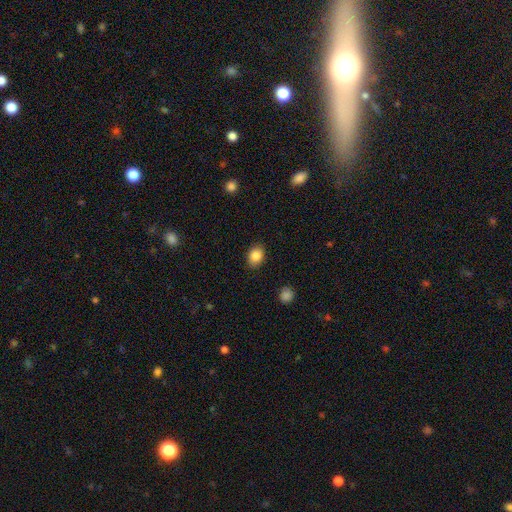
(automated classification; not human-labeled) smooth-or-featured: smooth: 86% | star or artifact: 8% | featured or disk: 6%
  how-rounded: in between: 70% | round: 29% | cigar-shaped: 1%
  merging: none: 86% | minor disturbance: 10% | major disturbance: 2% | merger: 1%